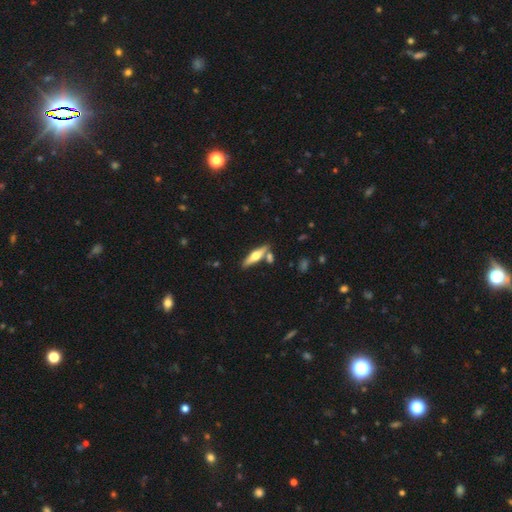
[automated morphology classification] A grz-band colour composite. It shows a featured or disk galaxy (58%) viewed edge-on (95%) with a rounded central bulge (93%). Merging: none (77%).